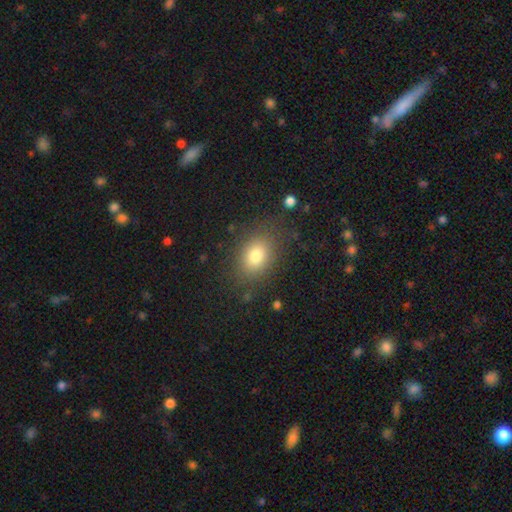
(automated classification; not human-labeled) Overall: smooth (78%). How rounded: in between (70%). Merging: none (80%).